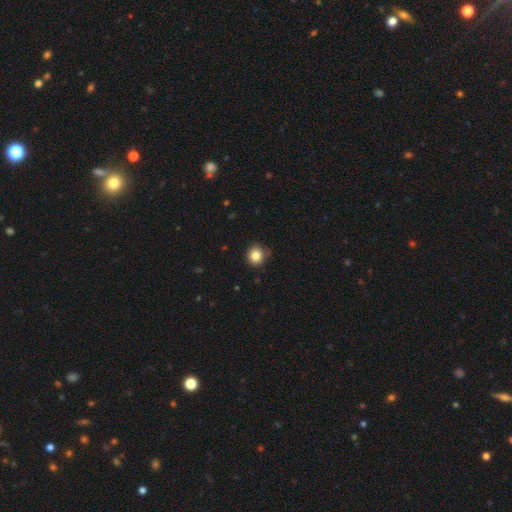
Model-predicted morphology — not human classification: A smooth galaxy with no disk features (84%) that is round (87%). Merging: none (83%).